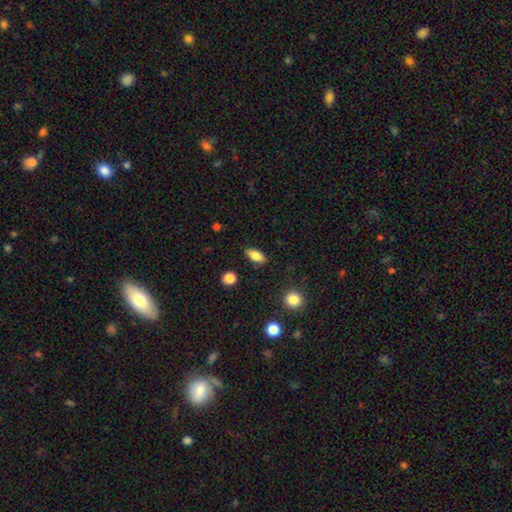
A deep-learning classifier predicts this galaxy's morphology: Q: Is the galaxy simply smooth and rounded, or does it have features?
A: smooth — 78%.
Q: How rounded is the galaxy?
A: in between — 84%.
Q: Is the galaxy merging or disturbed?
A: none — 86%.